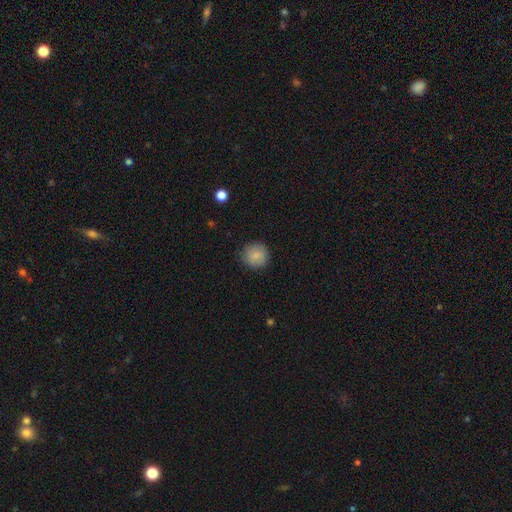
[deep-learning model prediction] Morphology: type=smooth (86%); roundness=round (93%); merging=none (86%).